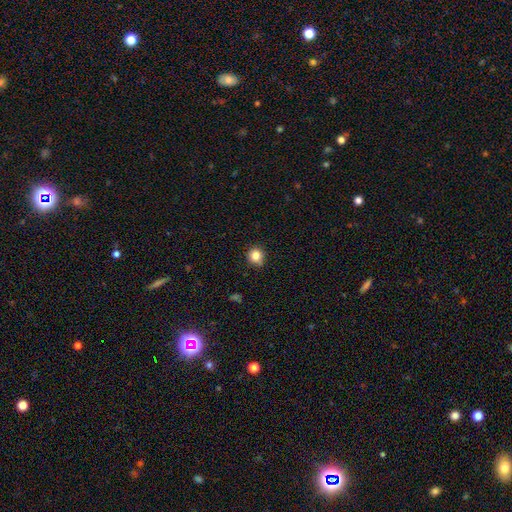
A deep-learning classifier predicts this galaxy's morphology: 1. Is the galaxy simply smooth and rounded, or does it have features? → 83% smooth, 11% star or artifact, 5% featured or disk.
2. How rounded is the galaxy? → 90% round, 9% in between, 1% cigar-shaped.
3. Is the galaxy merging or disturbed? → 81% none, 14% minor disturbance, 3% major disturbance, 2% merger.